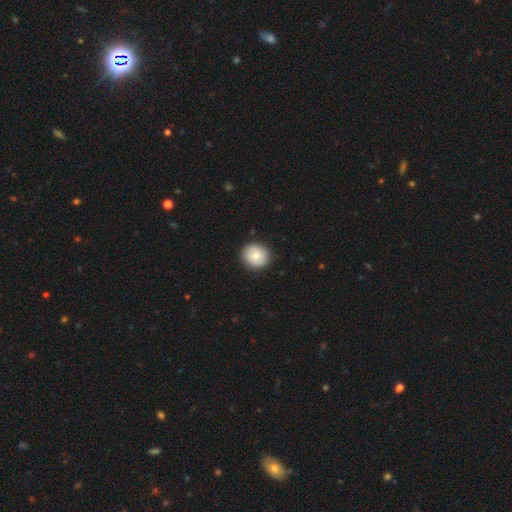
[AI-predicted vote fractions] Smooth or featured? Predicted: smooth (p=0.67). How rounded? Predicted: round (p=0.83). Merging? Predicted: none (p=0.88).